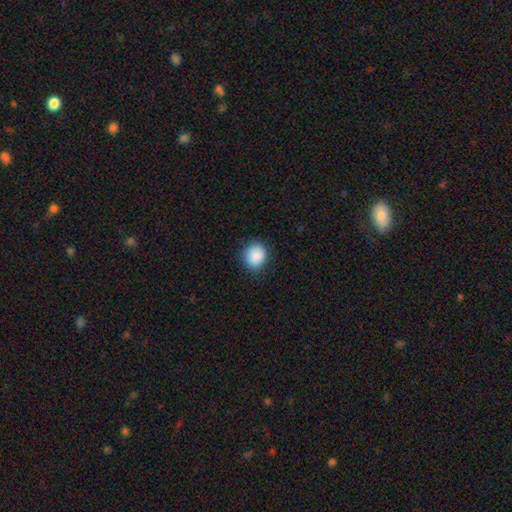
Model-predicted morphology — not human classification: Overall: smooth (89%). How rounded: round (79%). Merging: none (86%).